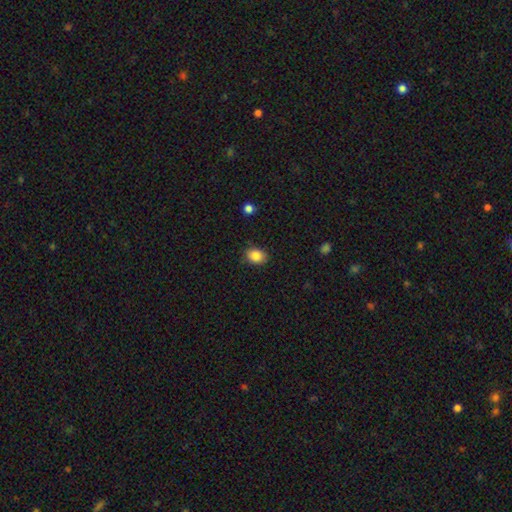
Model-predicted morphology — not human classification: smooth-or-featured: smooth: 85% | star or artifact: 9% | featured or disk: 6%
  how-rounded: in between: 65% | round: 34% | cigar-shaped: 1%
  merging: none: 84% | minor disturbance: 12% | major disturbance: 2% | merger: 1%